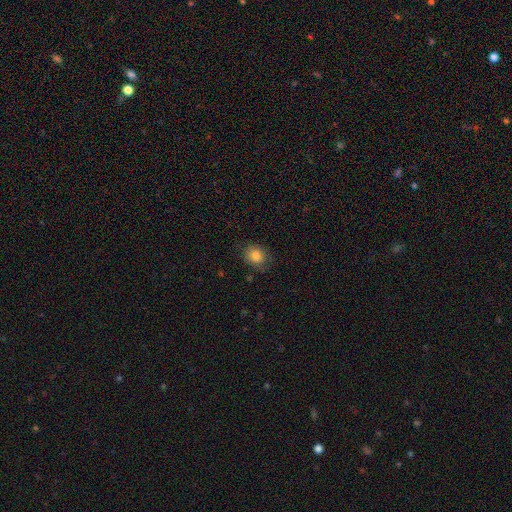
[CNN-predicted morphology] A smooth galaxy with no disk features (83%) that is round (59%). Merging: none (76%).